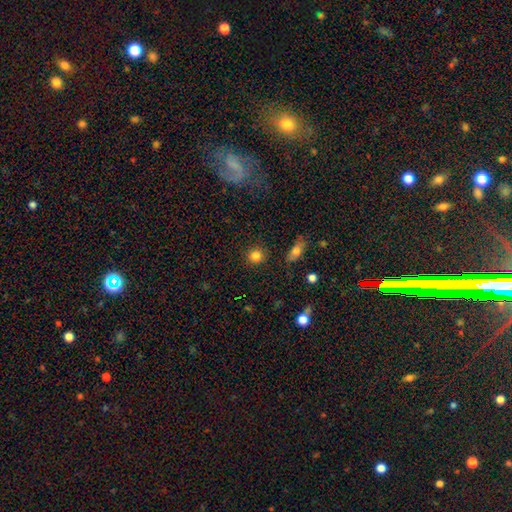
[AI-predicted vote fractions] A smooth galaxy with no disk features (84%) that is round (88%).

Vote fractions:
- Smooth or featured? smooth: 84% / star or artifact: 11% / featured or disk: 6%
- How rounded? round: 88% / in between: 10% / cigar-shaped: 1%
- Merging? none: 89% / minor disturbance: 7% / major disturbance: 2% / merger: 2%